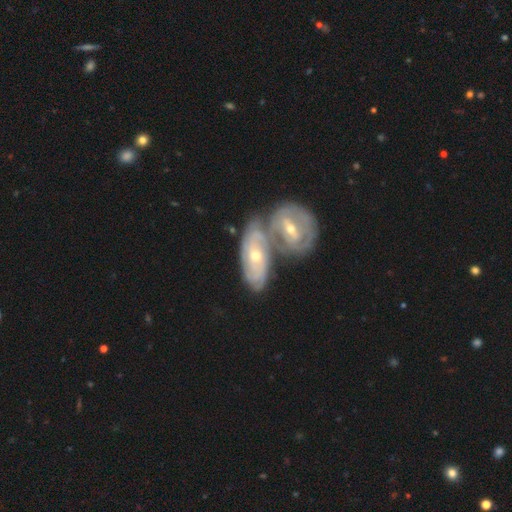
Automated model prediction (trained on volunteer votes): A featured or disk galaxy (80%) with no bar (55%), tight (75%) spiral arms (87%) and a moderate central bulge (49%). Merging: merger (62%).